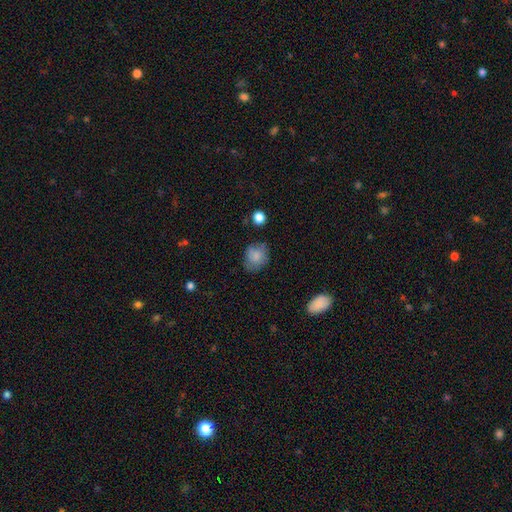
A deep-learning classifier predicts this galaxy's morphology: smooth 80%, featured or disk 11%, star or artifact 9%. Down the decision tree: how rounded — round (58%); merging — none (66%).